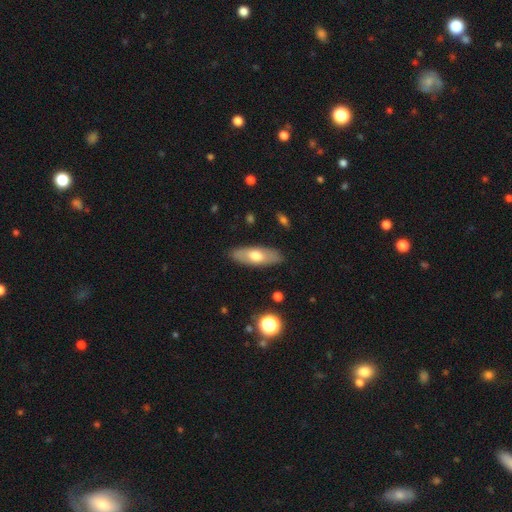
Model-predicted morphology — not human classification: Q: Smooth or featured?
A: smooth (61%); runner-up: featured or disk (33%)
Q: How rounded?
A: in between (68%); runner-up: cigar-shaped (29%)
Q: Merging?
A: none (87%); runner-up: minor disturbance (10%)